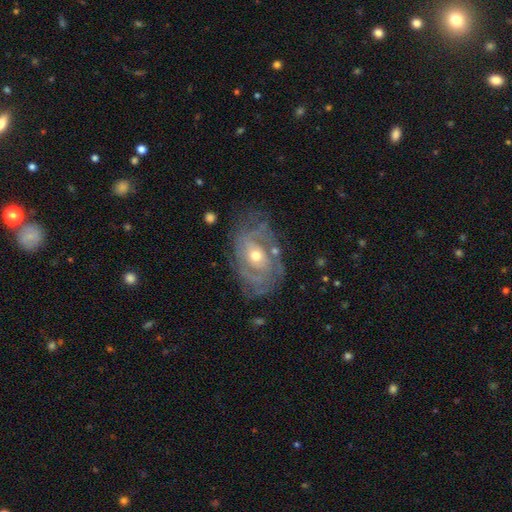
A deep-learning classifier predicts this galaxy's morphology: Q: Smooth or featured?
A: featured or disk (81%); runner-up: smooth (12%)
Q: Edge-on disk?
A: no (95%); runner-up: yes (5%)
Q: Bar?
A: no (72%); runner-up: weak (22%)
Q: Spiral arms?
A: yes (84%); runner-up: no (16%)
Q: Spiral winding?
A: tight (61%); runner-up: medium (29%)
Q: Spiral arm count?
A: can't tell (39%); runner-up: 2 (33%)
Q: Bulge size?
A: moderate (62%); runner-up: small (33%)
Q: Merging?
A: none (65%); runner-up: minor disturbance (22%)